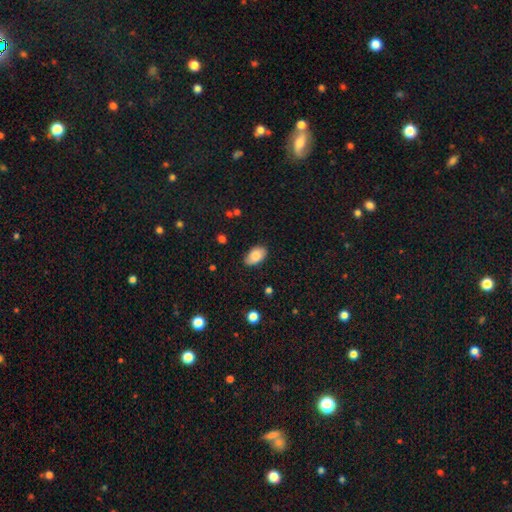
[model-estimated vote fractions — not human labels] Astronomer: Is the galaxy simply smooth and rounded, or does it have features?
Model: smooth — 81%.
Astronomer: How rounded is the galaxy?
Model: in between — 94%.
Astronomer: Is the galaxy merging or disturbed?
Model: none — 83%.